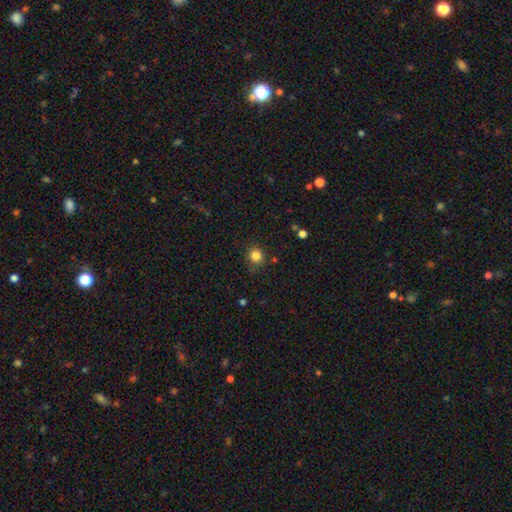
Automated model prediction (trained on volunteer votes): Q: Smooth or featured?
A: smooth (83%); runner-up: star or artifact (12%)
Q: How rounded?
A: round (87%); runner-up: in between (12%)
Q: Merging?
A: none (77%); runner-up: minor disturbance (16%)